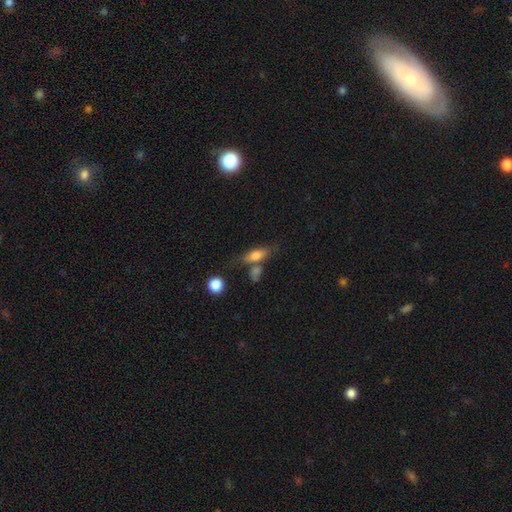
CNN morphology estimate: A smooth galaxy with no disk features (67%) that is in between round and cigar-shaped (62%). Merging: none (55%).